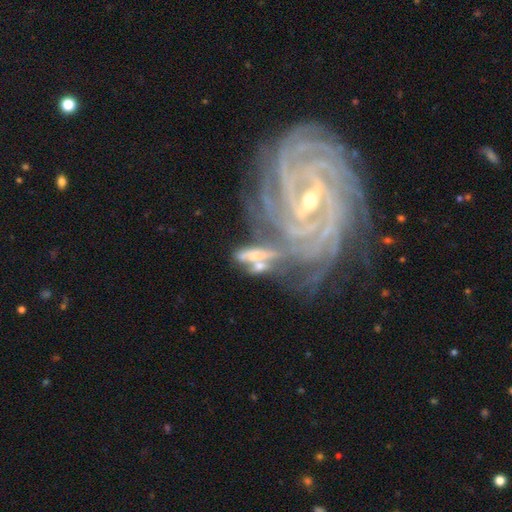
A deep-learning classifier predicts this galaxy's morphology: Smooth or featured?
  - featured or disk: 62% *
  - smooth: 29%
  - star or artifact: 9%
Edge-on disk?
  - no: 74% *
  - yes: 26%
Merging?
  - merger: 44% *
  - none: 26%
  - minor disturbance: 16%
  - major disturbance: 14%